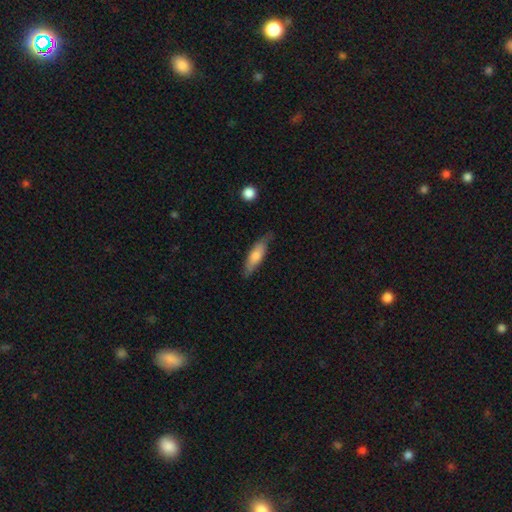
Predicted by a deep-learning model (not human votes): A smooth galaxy with no disk features (67%) that is cigar-shaped (58%).

Vote fractions:
- Smooth or featured? smooth: 67% / featured or disk: 27% / star or artifact: 6%
- How rounded? cigar-shaped: 58% / in between: 40% / round: 2%
- Merging? none: 76% / minor disturbance: 19% / major disturbance: 3% / merger: 1%